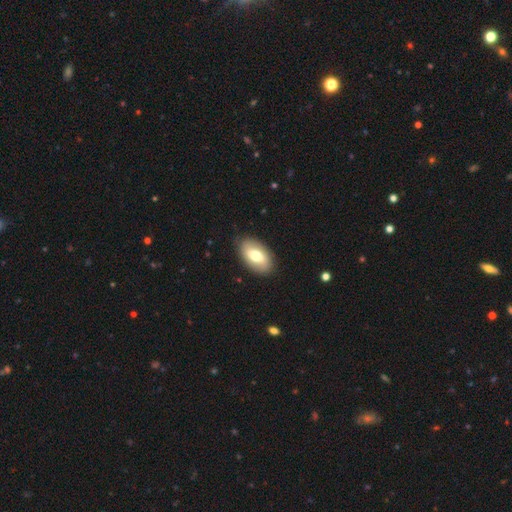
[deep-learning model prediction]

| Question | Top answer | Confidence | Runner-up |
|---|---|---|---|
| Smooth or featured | smooth | 65% | featured or disk (29%) |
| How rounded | in between | 93% | round (5%) |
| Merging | none | 86% | minor disturbance (10%) |